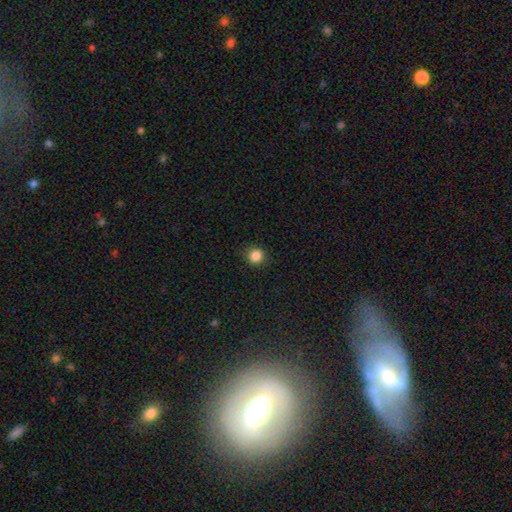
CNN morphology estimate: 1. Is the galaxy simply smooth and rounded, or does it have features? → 85% smooth, 11% star or artifact, 3% featured or disk.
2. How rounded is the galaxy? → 90% round, 9% in between, 1% cigar-shaped.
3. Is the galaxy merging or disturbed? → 87% none, 9% minor disturbance, 3% major disturbance, 1% merger.